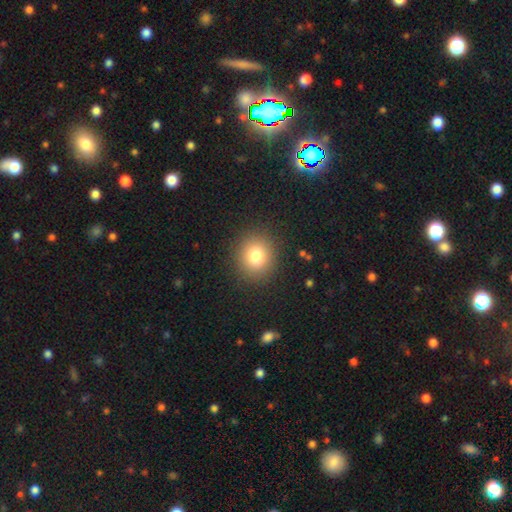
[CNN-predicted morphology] Smooth or featured? Predicted: smooth (p=0.79). How rounded? Predicted: round (p=0.82). Merging? Predicted: none (p=0.89).